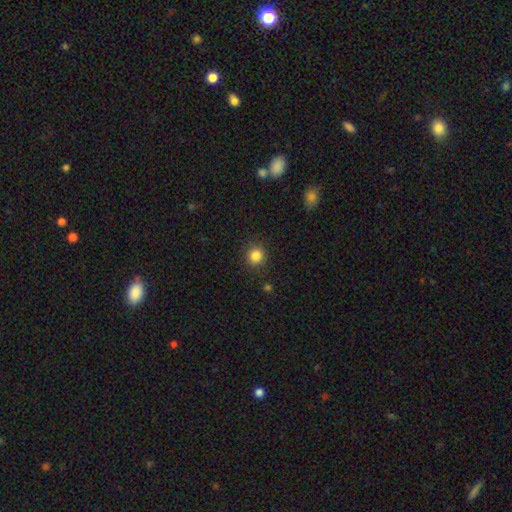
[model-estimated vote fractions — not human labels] Q: Smooth or featured?
A: smooth (85%); runner-up: star or artifact (11%)
Q: How rounded?
A: round (90%); runner-up: in between (9%)
Q: Merging?
A: none (90%); runner-up: minor disturbance (7%)